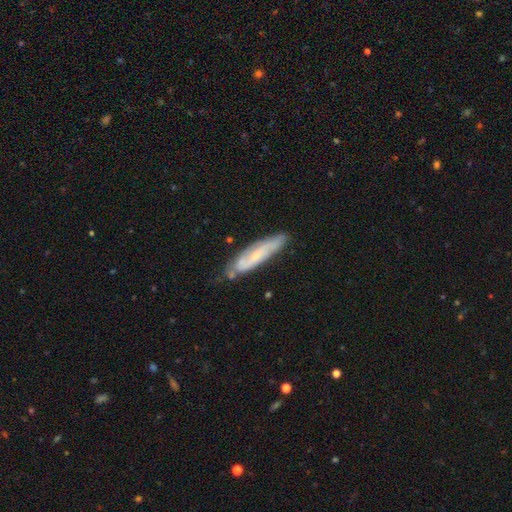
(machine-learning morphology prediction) Q: Smooth or featured?
A: featured or disk (62%); runner-up: smooth (31%)
Q: Edge-on disk?
A: no (63%); runner-up: yes (37%)
Q: Merging?
A: none (65%); runner-up: minor disturbance (26%)